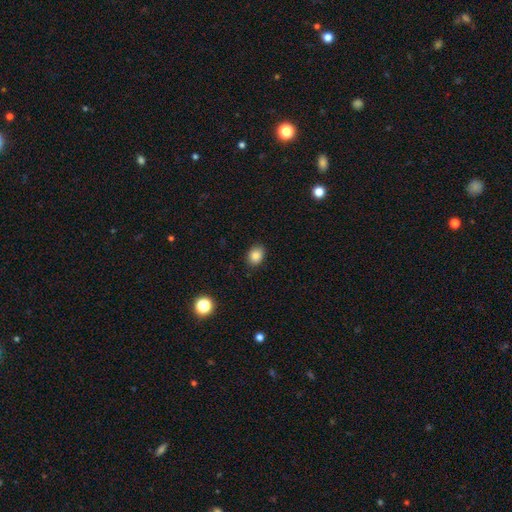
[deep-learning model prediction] smooth_or_featured: smooth (p=0.85) [alt: star or artifact p=0.10]
how_rounded: in between (p=0.57) [alt: round p=0.42]
merging: none (p=0.88) [alt: minor disturbance p=0.09]